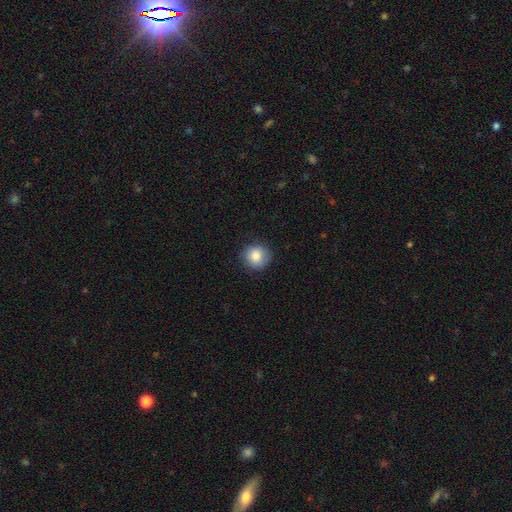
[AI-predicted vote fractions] Smooth or featured?
  - smooth: 86% *
  - star or artifact: 8%
  - featured or disk: 6%
How rounded?
  - round: 91% *
  - in between: 8%
  - cigar-shaped: 1%
Merging?
  - none: 86% *
  - minor disturbance: 11%
  - major disturbance: 3%
  - merger: 1%